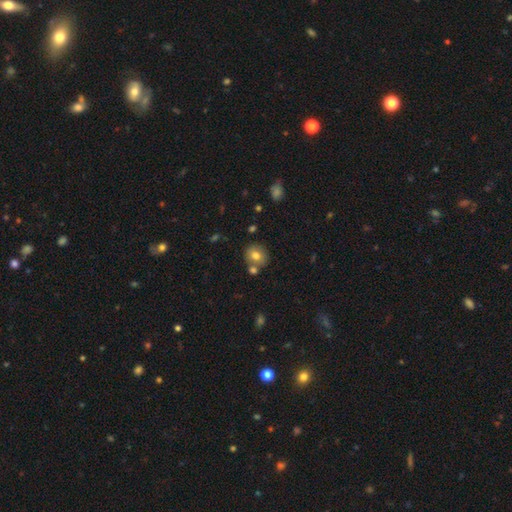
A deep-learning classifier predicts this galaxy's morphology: Overall: smooth (76%). How rounded: round (76%). Merging: none (70%).